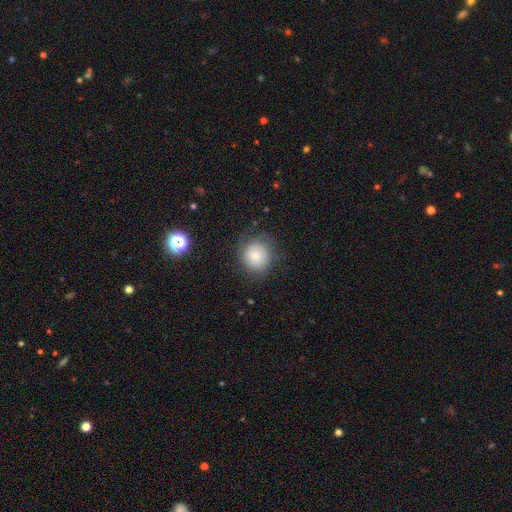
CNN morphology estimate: smooth 76%, featured or disk 14%, star or artifact 9%. Down the decision tree: how rounded — round (87%); merging — none (71%).